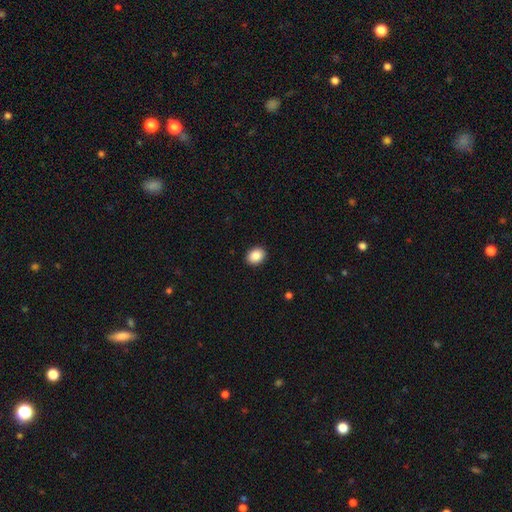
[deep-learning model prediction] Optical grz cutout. It shows a smooth galaxy with no disk features (88%) that is in between round and cigar-shaped (57%). Merging: none (91%).